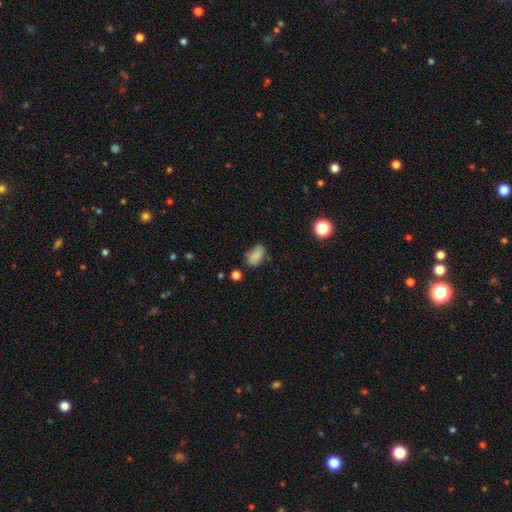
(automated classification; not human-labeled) Smooth or featured? Predicted: smooth (p=0.83). How rounded? Predicted: in between (p=0.89). Merging? Predicted: none (p=0.63).